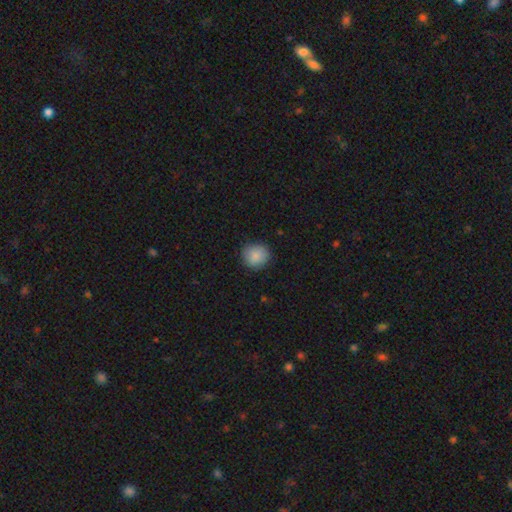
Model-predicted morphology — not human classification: Smooth or featured: smooth — 87% (star or artifact — 8%)
How rounded: round — 89% (in between — 10%)
Merging: none — 87% (minor disturbance — 10%)